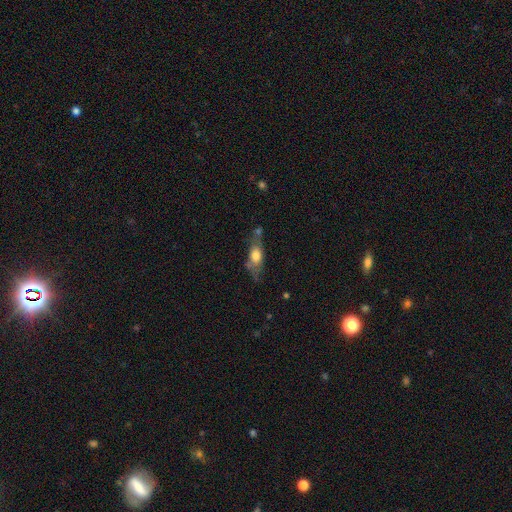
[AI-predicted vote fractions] Overall: smooth (57%; featured or disk 35%). How rounded: in between (65%; cigar-shaped 30%). Merging: none (49%; minor disturbance 26%).